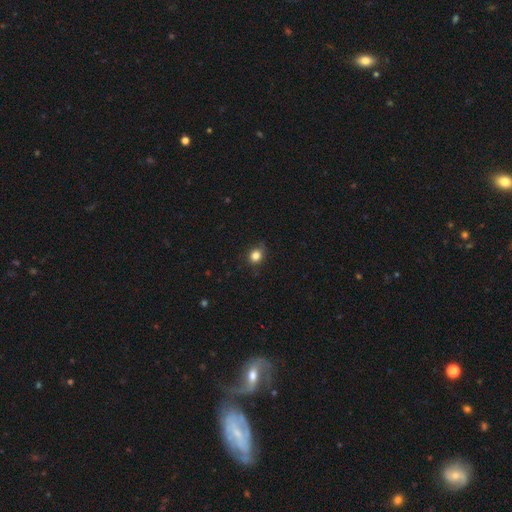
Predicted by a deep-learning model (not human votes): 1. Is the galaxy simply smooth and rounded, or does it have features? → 82% smooth, 11% star or artifact, 7% featured or disk.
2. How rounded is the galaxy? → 68% round, 31% in between, 1% cigar-shaped.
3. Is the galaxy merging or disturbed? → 74% none, 20% minor disturbance, 4% major disturbance, 1% merger.